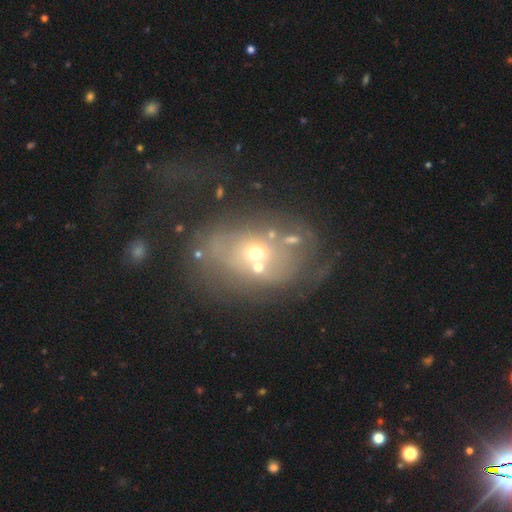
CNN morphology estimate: Smooth or featured? Predicted: featured or disk (p=0.53). Edge-on disk? Predicted: no (p=0.95). Bar? Predicted: no (p=0.86). Spiral arms? Predicted: no (p=0.66). Bulge size? Predicted: small (p=0.54). Merging? Predicted: none (p=0.42).